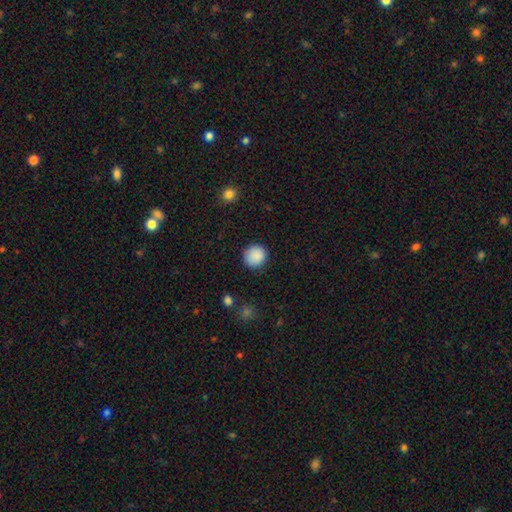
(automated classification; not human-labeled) smooth_or_featured: smooth (p=0.89) [alt: star or artifact p=0.08]
how_rounded: round (p=0.93) [alt: in between p=0.06]
merging: none (p=0.89) [alt: minor disturbance p=0.08]